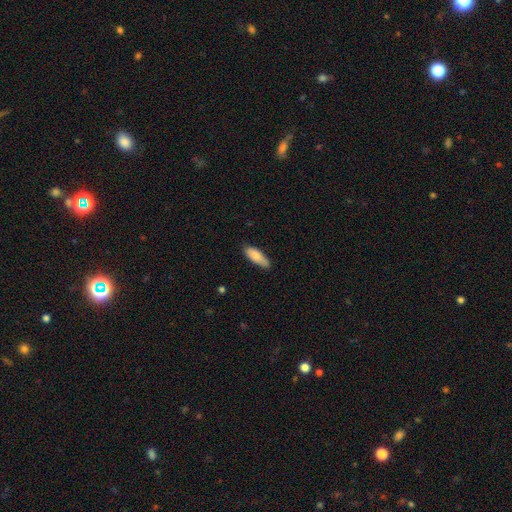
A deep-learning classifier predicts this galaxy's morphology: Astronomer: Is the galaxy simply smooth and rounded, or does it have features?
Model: smooth — 82%.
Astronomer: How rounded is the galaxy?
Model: in between — 66%.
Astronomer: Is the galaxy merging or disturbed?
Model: none — 79%.